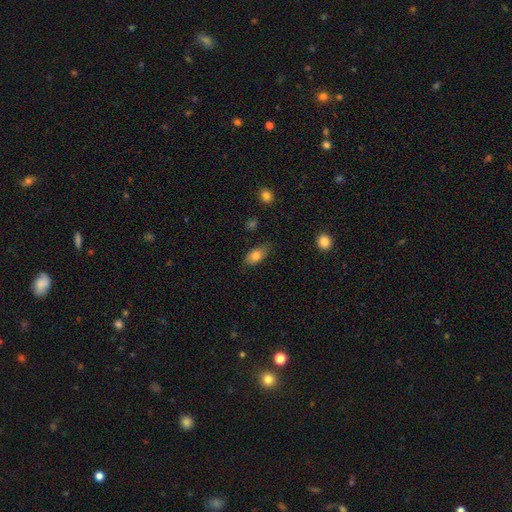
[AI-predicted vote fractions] Morphology: type=smooth (78%); roundness=in between (90%); merging=none (77%).